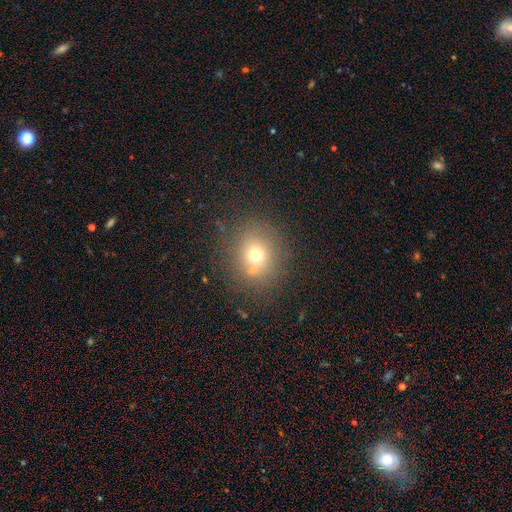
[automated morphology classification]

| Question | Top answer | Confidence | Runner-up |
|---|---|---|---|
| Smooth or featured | smooth | 67% | star or artifact (18%) |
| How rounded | round | 78% | in between (21%) |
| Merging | none | 75% | minor disturbance (11%) |